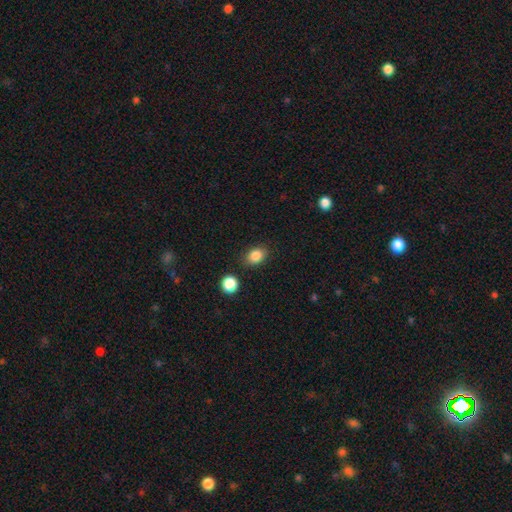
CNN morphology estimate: Overall: smooth (85%). How rounded: in between (69%; round 30%). Merging: none (83%).